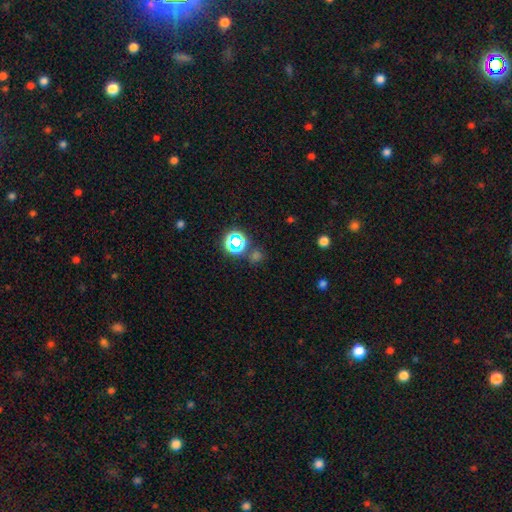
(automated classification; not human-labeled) A star or artifact, not a galaxy (52%).